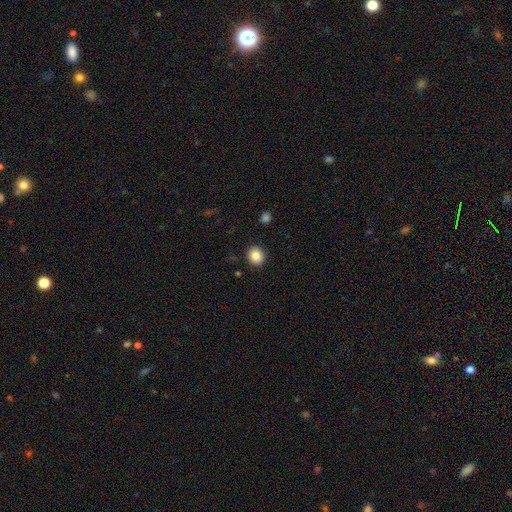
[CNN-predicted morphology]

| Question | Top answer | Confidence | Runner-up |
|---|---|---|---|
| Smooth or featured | smooth | 85% | star or artifact (9%) |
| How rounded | round | 69% | in between (30%) |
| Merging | none | 90% | minor disturbance (6%) |